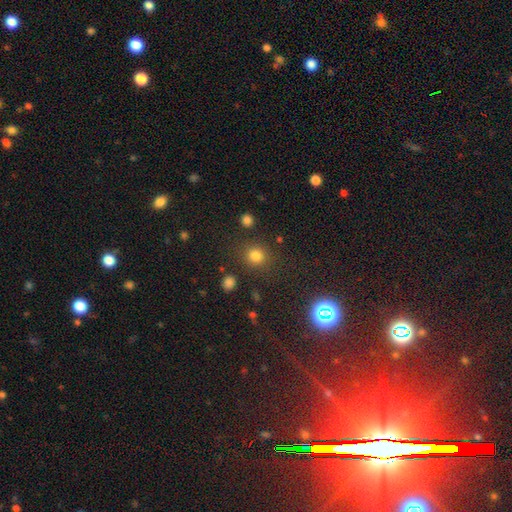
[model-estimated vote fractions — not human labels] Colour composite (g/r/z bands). It shows a smooth galaxy with no disk features (78%) that is round (87%). Merging: none (83%).